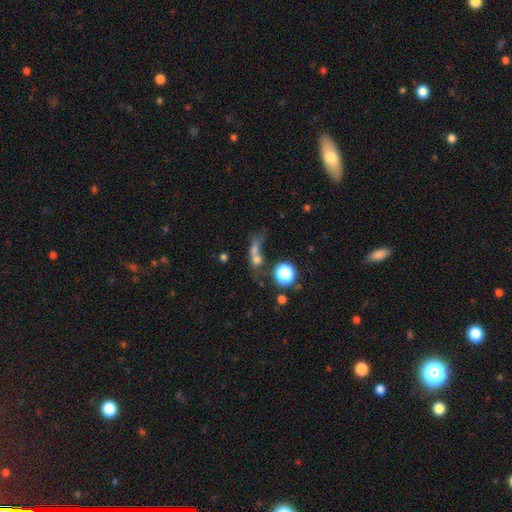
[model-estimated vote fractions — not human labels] Smooth or featured? smooth (59%)
How rounded? round (51%)
Merging? merger (44%)